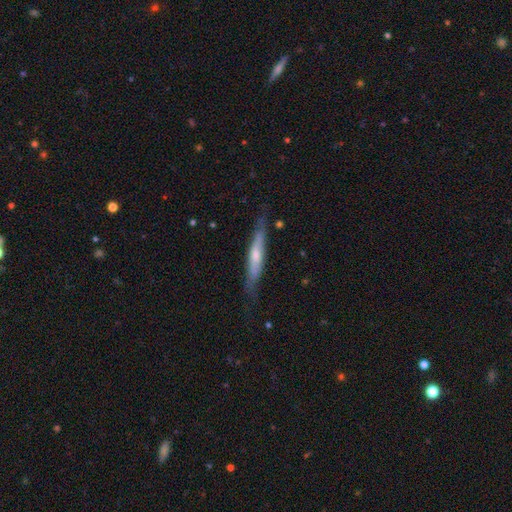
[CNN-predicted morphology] smooth-or-featured: featured or disk: 51% | smooth: 43% | star or artifact: 6%
  disk-edge-on: yes: 85% | no: 15%
  merging: none: 75% | minor disturbance: 19% | major disturbance: 5% | merger: 2%